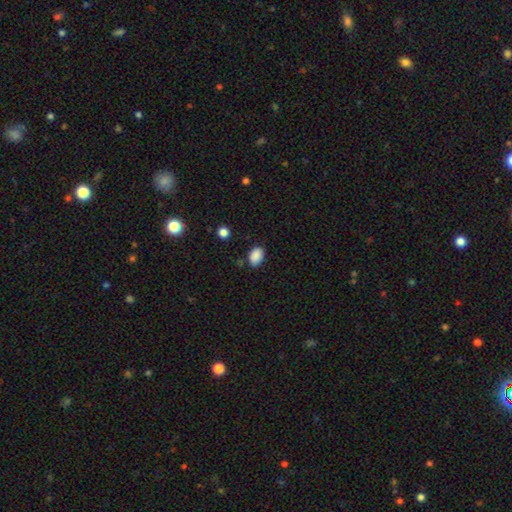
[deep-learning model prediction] Smooth or featured?
  - smooth: 88% *
  - star or artifact: 9%
  - featured or disk: 3%
How rounded?
  - in between: 83% *
  - round: 16%
  - cigar-shaped: 1%
Merging?
  - none: 78% *
  - minor disturbance: 16%
  - major disturbance: 3%
  - merger: 3%